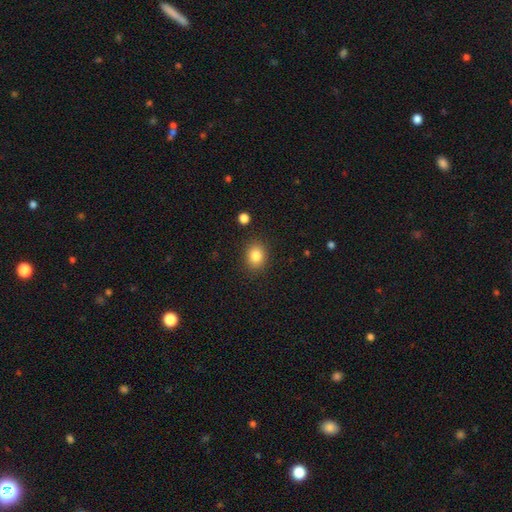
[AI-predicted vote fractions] This appears to be a smooth galaxy with no disk features (84%) that is round (58%). Merging: none (87%).